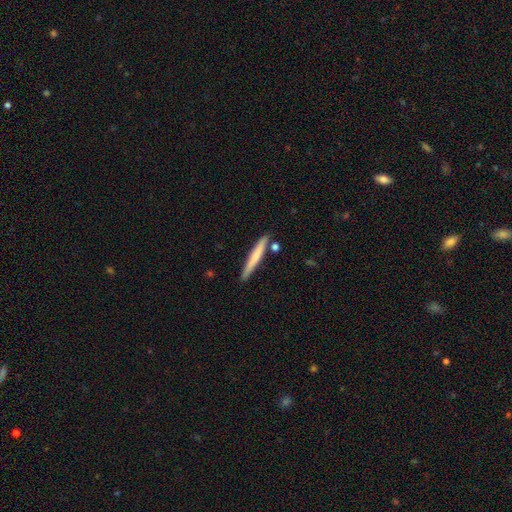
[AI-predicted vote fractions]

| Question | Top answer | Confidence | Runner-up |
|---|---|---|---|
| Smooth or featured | smooth | 62% | featured or disk (32%) |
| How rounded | cigar-shaped | 95% | in between (3%) |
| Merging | none | 83% | minor disturbance (10%) |